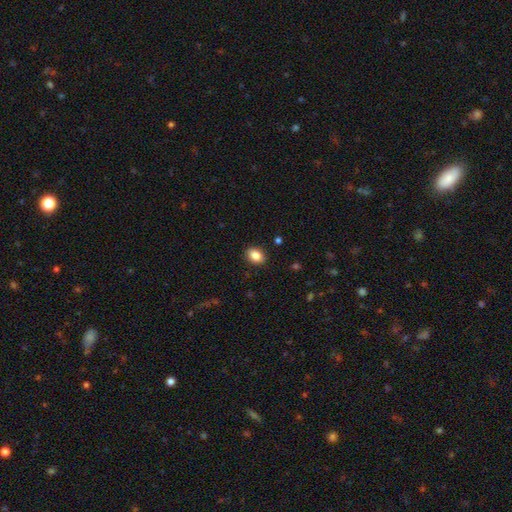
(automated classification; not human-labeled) smooth 85%, star or artifact 9%, featured or disk 5%. Down the decision tree: how rounded — in between (71%); merging — none (89%).